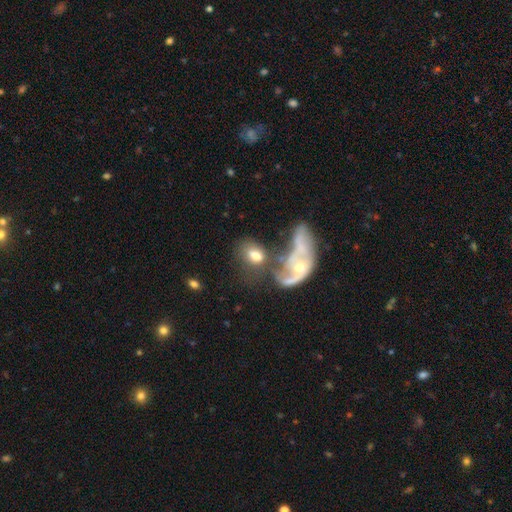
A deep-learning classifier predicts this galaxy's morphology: Smooth or featured? smooth (60%)
How rounded? in between (78%)
Merging? merger (49%)